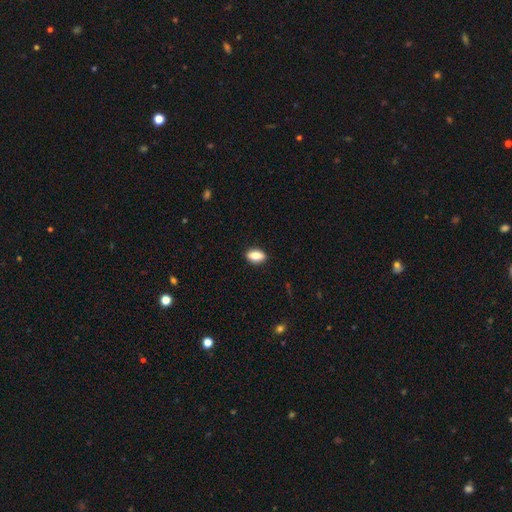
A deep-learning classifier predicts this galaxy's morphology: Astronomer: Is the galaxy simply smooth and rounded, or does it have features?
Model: smooth — 82%.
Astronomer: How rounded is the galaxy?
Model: in between — 86%.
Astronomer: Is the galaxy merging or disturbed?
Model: none — 88%.